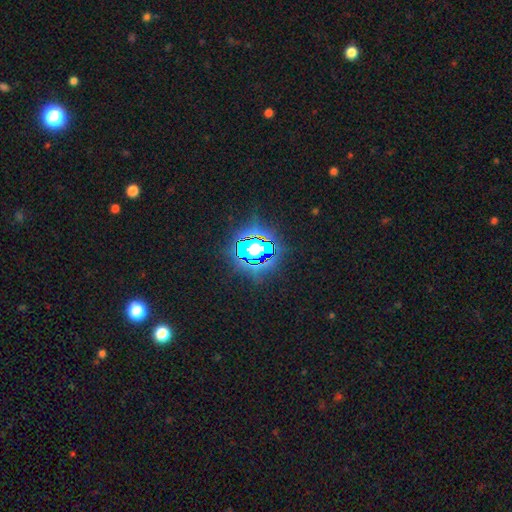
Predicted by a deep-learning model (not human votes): A star or artifact, not a galaxy (81%).

Vote fractions:
- Smooth or featured? star or artifact: 81% / smooth: 11% / featured or disk: 7%